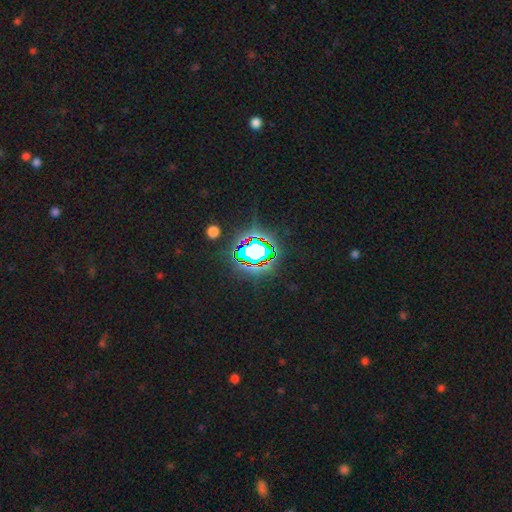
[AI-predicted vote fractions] Overall: star or artifact (78%).